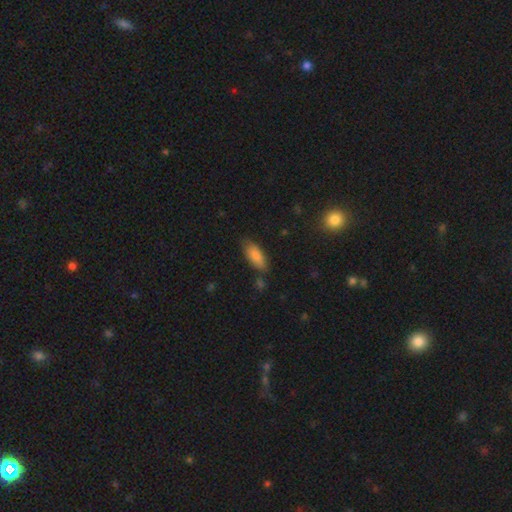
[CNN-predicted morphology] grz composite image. It shows a smooth galaxy with no disk features (85%) that is in between round and cigar-shaped (79%). Merging: none (75%).